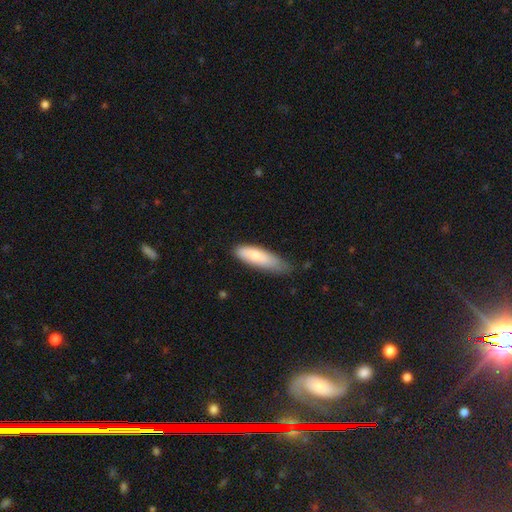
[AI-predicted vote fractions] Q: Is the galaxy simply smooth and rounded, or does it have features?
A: smooth — 80%.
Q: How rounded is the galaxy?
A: cigar-shaped — 55%.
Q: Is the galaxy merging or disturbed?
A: none — 51%.